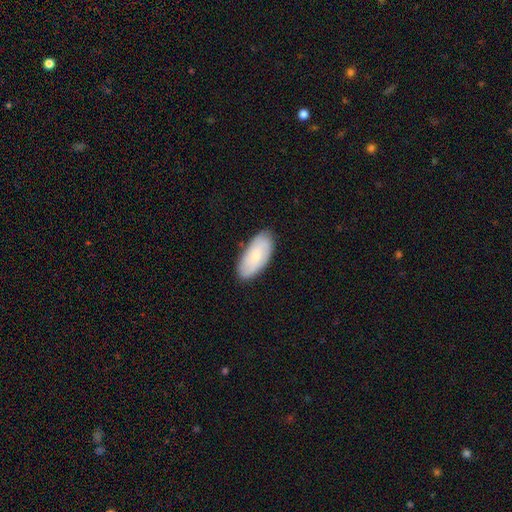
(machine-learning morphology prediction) Smooth or featured: smooth — 66% (featured or disk — 27%)
How rounded: in between — 90% (cigar-shaped — 8%)
Merging: none — 84% (minor disturbance — 12%)